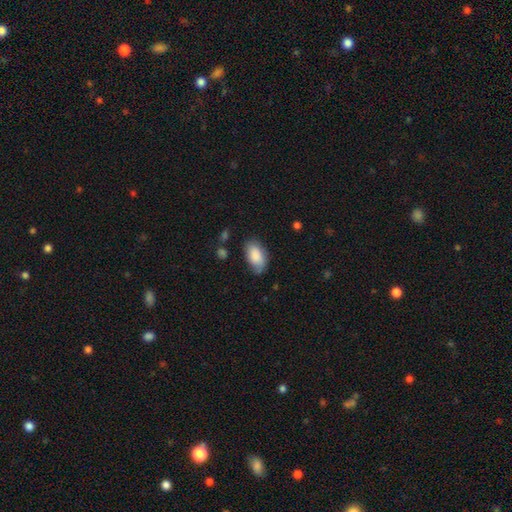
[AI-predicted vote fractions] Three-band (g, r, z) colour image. It shows a smooth galaxy with no disk features (86%) that is in between round and cigar-shaped (94%). Merging: none (70%).